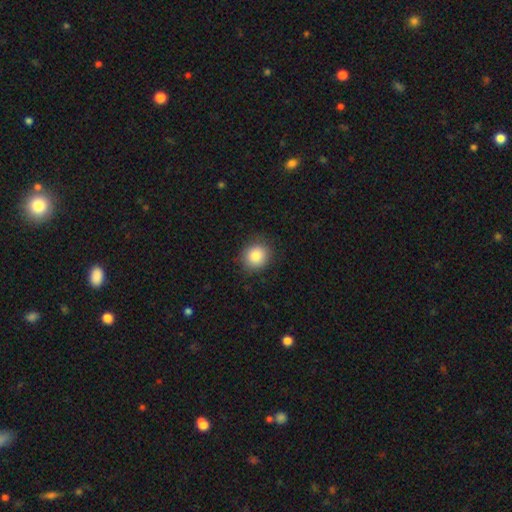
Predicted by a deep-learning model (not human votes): A smooth galaxy with no disk features (84%) that is round (84%).

Vote fractions:
- Smooth or featured? smooth: 84% / star or artifact: 9% / featured or disk: 6%
- How rounded? round: 84% / in between: 15% / cigar-shaped: 1%
- Merging? none: 87% / minor disturbance: 9% / major disturbance: 2% / merger: 1%